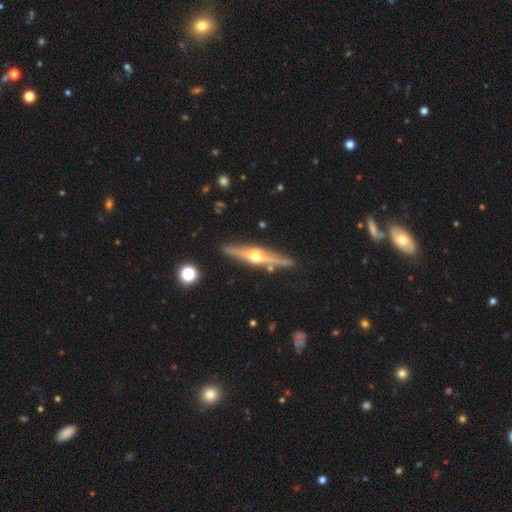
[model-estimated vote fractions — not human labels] A featured or disk galaxy (78%) viewed edge-on (97%) with a rounded central bulge (95%).

Vote fractions:
- Smooth or featured? featured or disk: 78% / smooth: 17% / star or artifact: 6%
- Edge-on disk? yes: 97% / no: 3%
- Edge-on bulge? rounded: 95% / boxy: 3% / none: 2%
- Merging? none: 87% / minor disturbance: 9% / merger: 3% / major disturbance: 2%